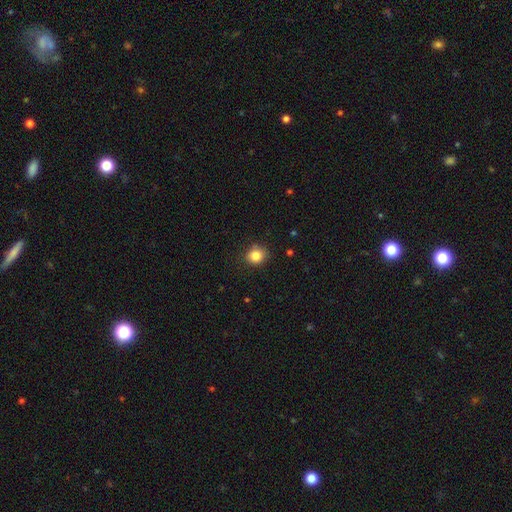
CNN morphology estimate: smooth_or_featured: smooth (p=0.84) [alt: star or artifact p=0.11]
how_rounded: round (p=0.80) [alt: in between p=0.20]
merging: none (p=0.82) [alt: minor disturbance p=0.13]